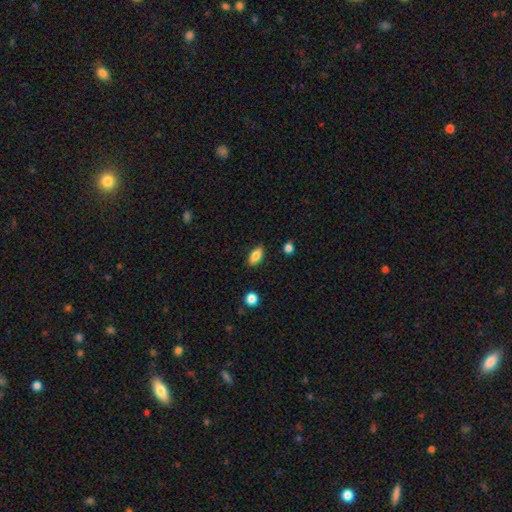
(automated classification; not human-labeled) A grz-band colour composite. It shows a smooth galaxy with no disk features (83%) that is in between round and cigar-shaped (88%). Merging: none (87%).